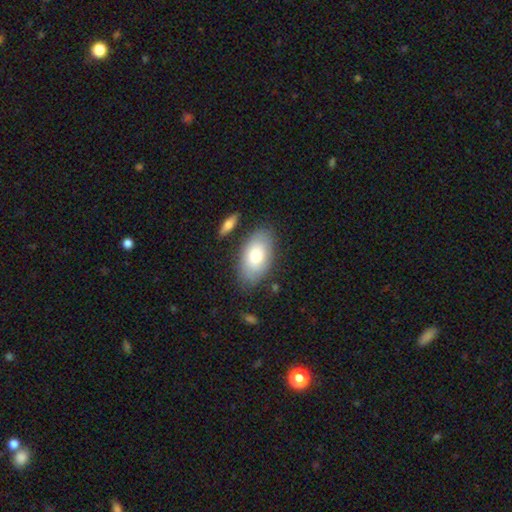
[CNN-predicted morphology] smooth 72%, featured or disk 21%, star or artifact 6%. Down the decision tree: how rounded — in between (93%); merging — none (79%).